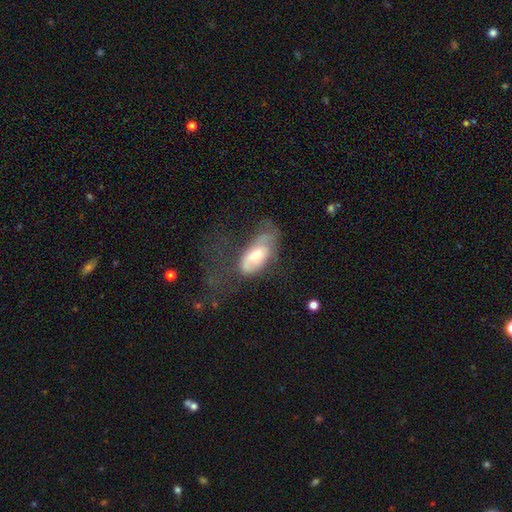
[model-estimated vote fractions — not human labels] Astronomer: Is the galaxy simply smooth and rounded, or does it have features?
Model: featured or disk — 47% (runner-up: smooth, 46%).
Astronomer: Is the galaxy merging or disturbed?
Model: major disturbance — 43% (runner-up: none, 29%).